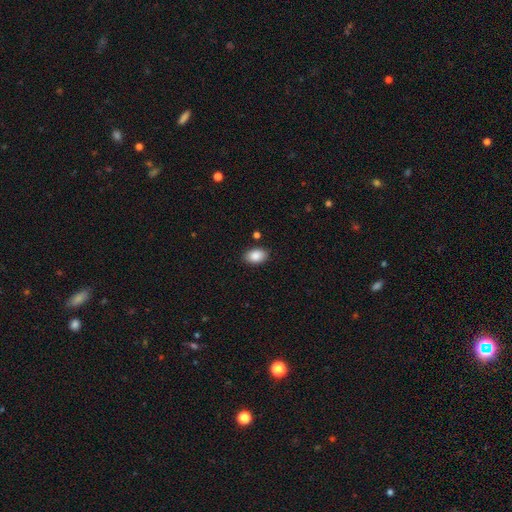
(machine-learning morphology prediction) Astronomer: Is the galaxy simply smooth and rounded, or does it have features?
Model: smooth — 88%.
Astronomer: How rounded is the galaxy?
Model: in between — 89%.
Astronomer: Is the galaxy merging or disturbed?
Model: none — 86%.